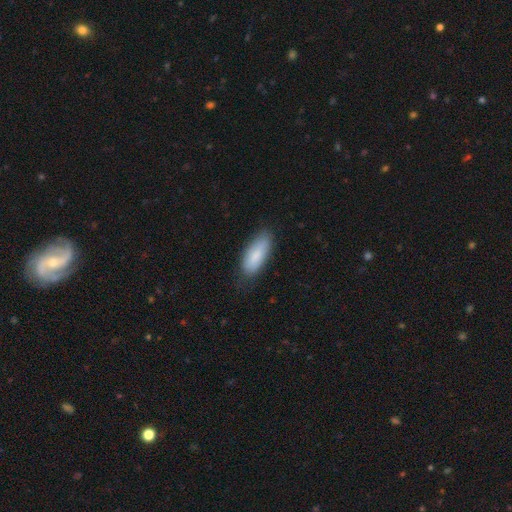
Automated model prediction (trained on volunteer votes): smooth_or_featured: smooth (p=0.84) [alt: featured or disk p=0.10]
how_rounded: in between (p=0.74) [alt: cigar-shaped p=0.24]
merging: none (p=0.75) [alt: minor disturbance p=0.20]